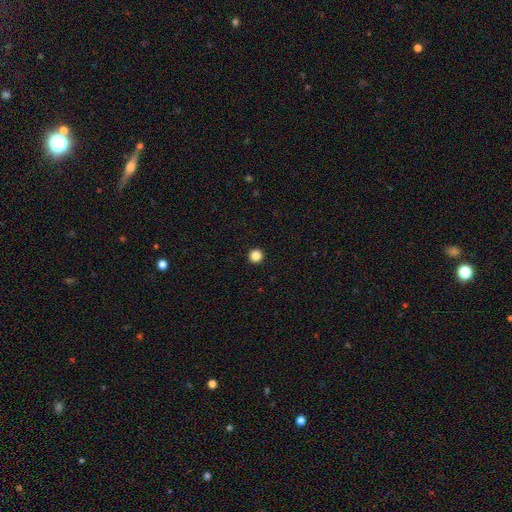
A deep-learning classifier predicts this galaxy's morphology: Smooth or featured? Predicted: smooth (p=0.86). How rounded? Predicted: round (p=0.96). Merging? Predicted: none (p=0.95).